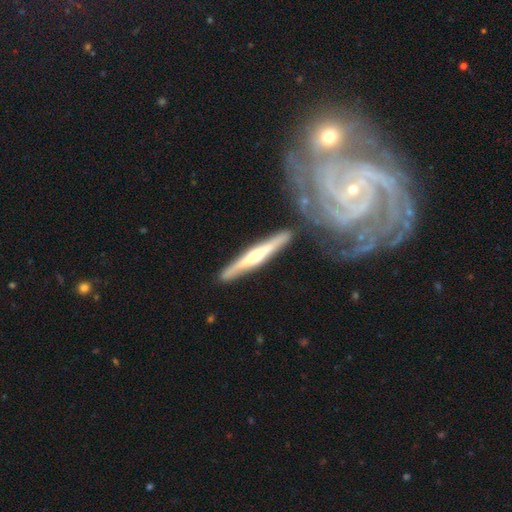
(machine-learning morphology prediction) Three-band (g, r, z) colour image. It shows a featured or disk galaxy (68%) viewed edge-on (95%) with a rounded central bulge (76%). Merging: none (82%).